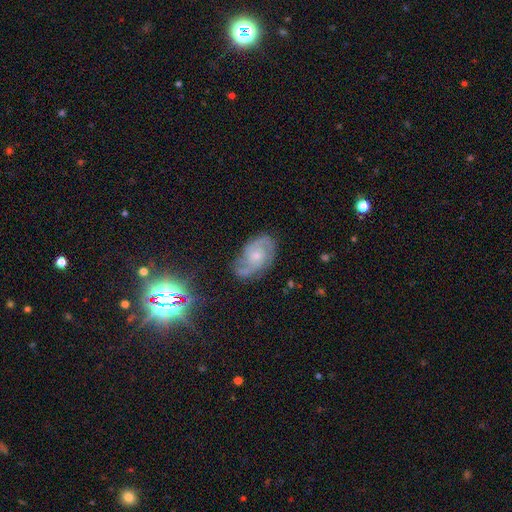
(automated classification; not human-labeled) smooth_or_featured: featured or disk (p=0.81) [alt: smooth p=0.10]
disk_edge_on: no (p=0.97) [alt: yes p=0.03]
bar: no (p=0.70) [alt: weak p=0.26]
has_spiral_arms: yes (p=0.96) [alt: no p=0.04]
spiral_winding: medium (p=0.47) [alt: tight p=0.41]
spiral_arm_count: 2 (p=0.63) [alt: 3 p=0.16]
bulge_size: small (p=0.64) [alt: moderate p=0.30]
merging: none (p=0.69) [alt: minor disturbance p=0.21]